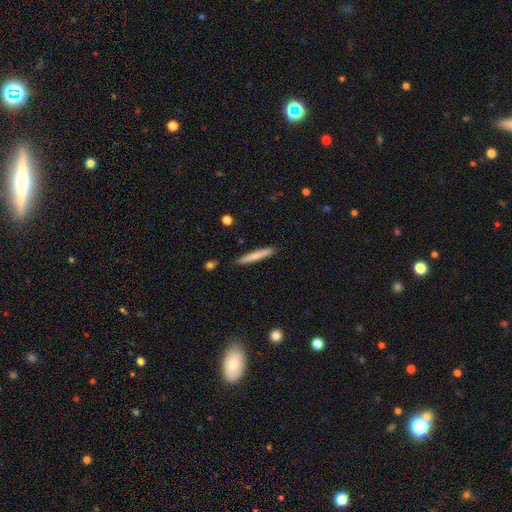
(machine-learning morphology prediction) Smooth or featured? smooth (71%)
How rounded? cigar-shaped (95%)
Merging? none (90%)